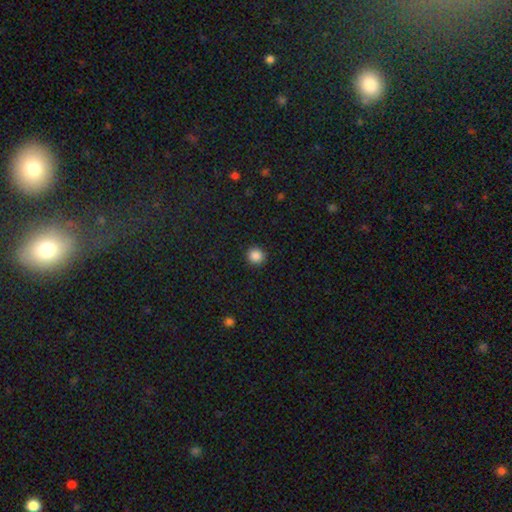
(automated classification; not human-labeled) Smooth or featured: smooth — 87% (star or artifact — 10%)
How rounded: round — 93% (in between — 6%)
Merging: none — 91% (minor disturbance — 6%)